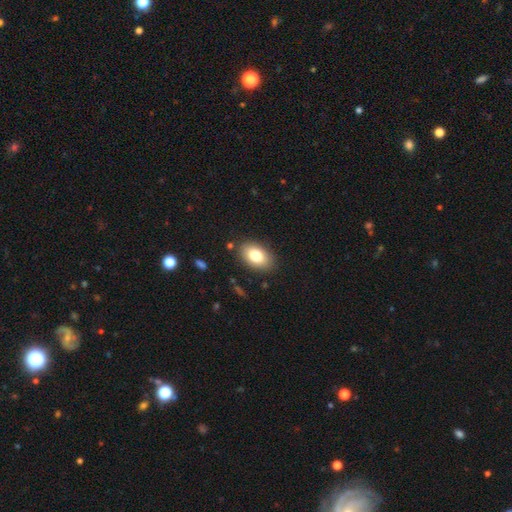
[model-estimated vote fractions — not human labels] Morphology: type=smooth (81%); roundness=in between (88%); merging=none (86%).